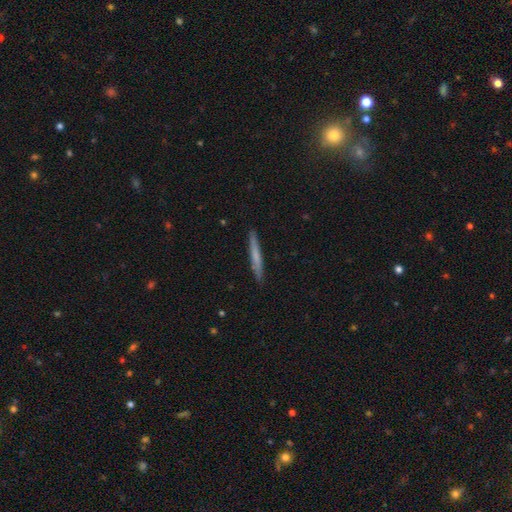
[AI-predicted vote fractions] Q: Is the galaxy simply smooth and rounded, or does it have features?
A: smooth — 63%.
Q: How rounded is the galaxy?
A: cigar-shaped — 96%.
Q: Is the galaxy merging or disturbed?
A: none — 90%.